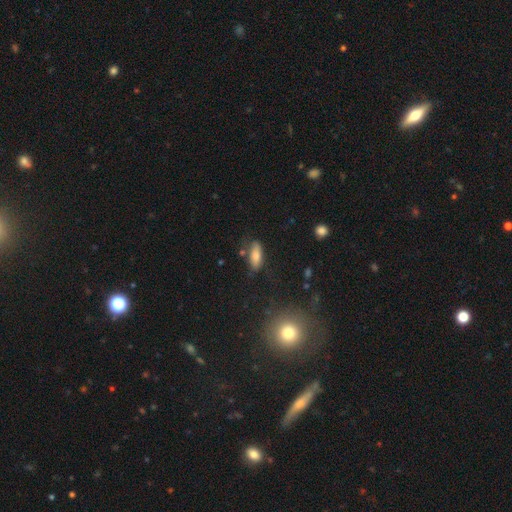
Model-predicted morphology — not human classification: Overall: smooth (78%). How rounded: in between (74%). Merging: none (70%).